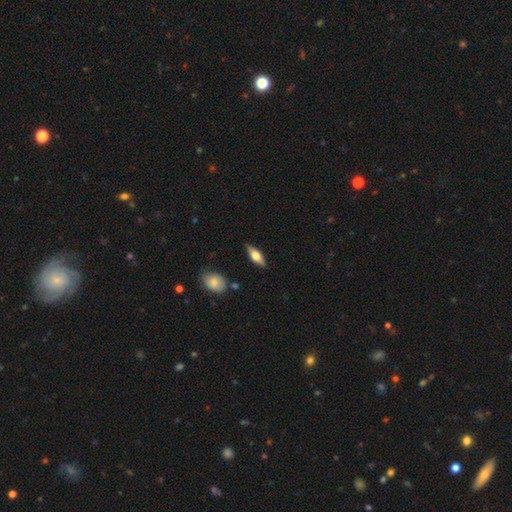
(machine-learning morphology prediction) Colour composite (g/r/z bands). It shows a smooth galaxy with no disk features (51%) that is in between round and cigar-shaped (64%). Merging: none (85%).